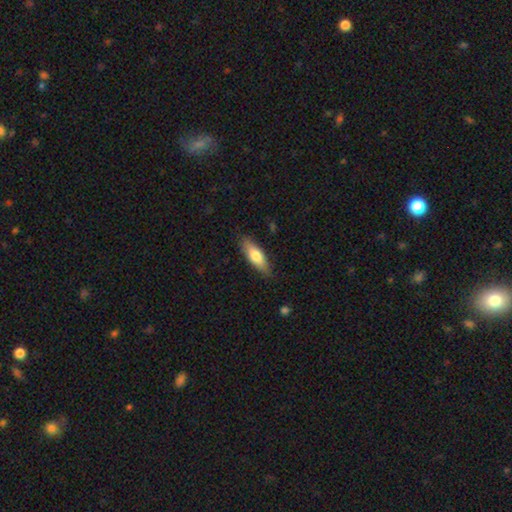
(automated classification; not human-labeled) Smooth or featured? smooth (73%)
How rounded? in between (60%)
Merging? none (83%)